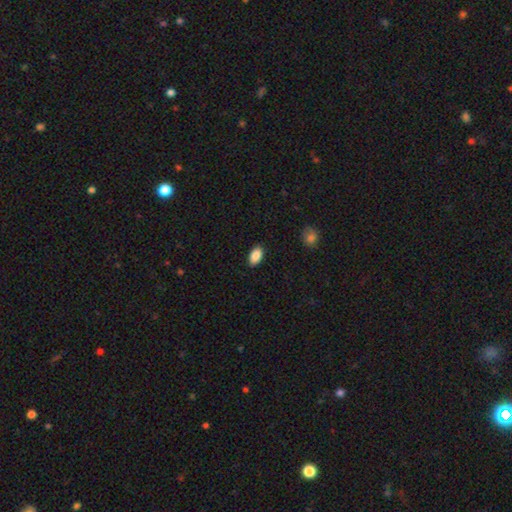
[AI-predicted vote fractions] Smooth or featured? smooth (89%)
How rounded? in between (93%)
Merging? none (89%)